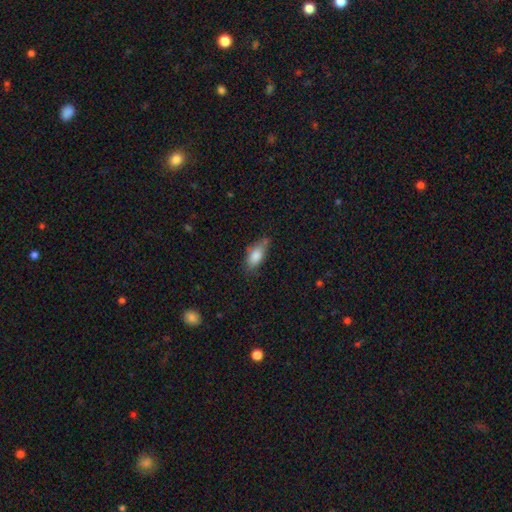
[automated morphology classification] A smooth galaxy with no disk features (82%) that is in between round and cigar-shaped (86%).

Vote fractions:
- Smooth or featured? smooth: 82% / featured or disk: 11% / star or artifact: 7%
- How rounded? in between: 86% / cigar-shaped: 11% / round: 3%
- Merging? none: 61% / minor disturbance: 28% / major disturbance: 6% / merger: 5%